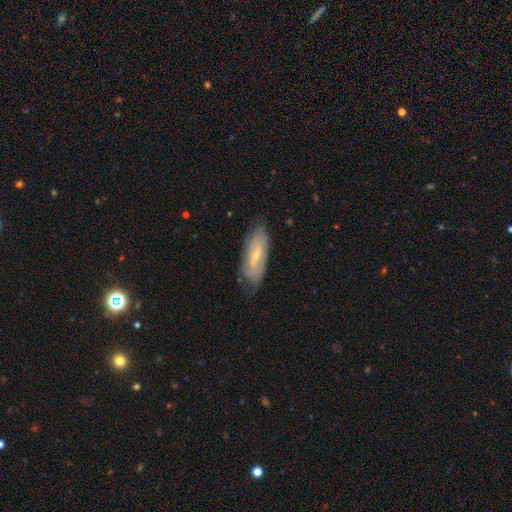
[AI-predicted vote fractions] featured or disk 59%, smooth 34%, star or artifact 7%. Down the decision tree: edge-on disk — no (77%); merging — none (68%).